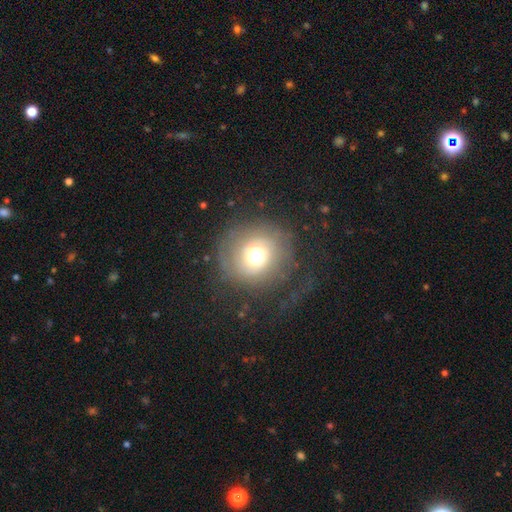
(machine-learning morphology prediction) Smooth or featured?
  - featured or disk: 52% *
  - smooth: 37%
  - star or artifact: 12%
Edge-on disk?
  - no: 97% *
  - yes: 3%
Merging?
  - none: 66% *
  - major disturbance: 18%
  - minor disturbance: 15%
  - merger: 1%